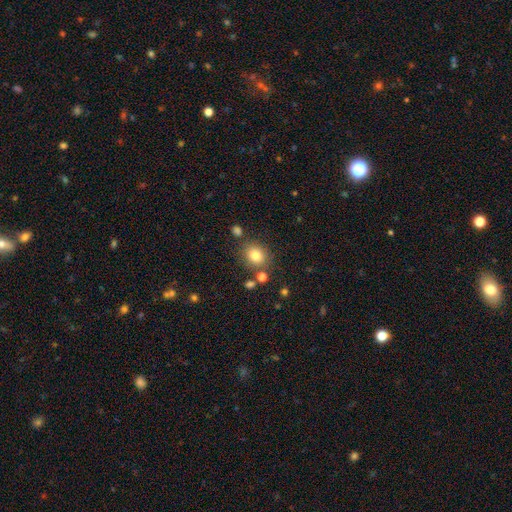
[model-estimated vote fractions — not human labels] This appears to be a smooth galaxy with no disk features (81%) that is round (66%). Merging: none (78%).